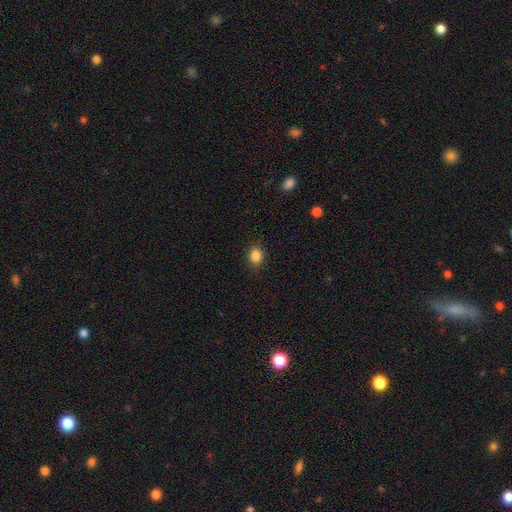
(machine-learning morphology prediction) Smooth or featured? smooth (86%)
How rounded? round (64%)
Merging? none (88%)